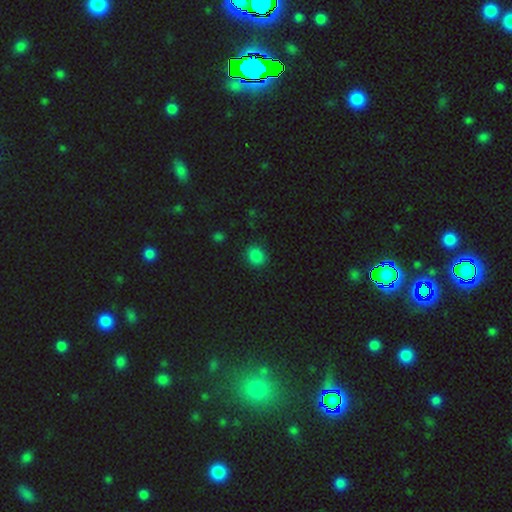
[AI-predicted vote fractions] This is clearly a smooth galaxy (84%). How rounded: likely round (78%). Merging: clearly none (88%).